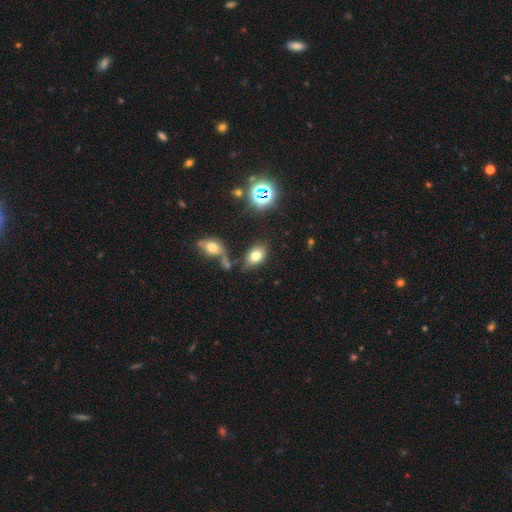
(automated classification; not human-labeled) Smooth or featured?
  - smooth: 74% *
  - star or artifact: 15%
  - featured or disk: 11%
How rounded?
  - in between: 84% *
  - round: 15%
  - cigar-shaped: 2%
Merging?
  - none: 70% *
  - minor disturbance: 14%
  - merger: 11%
  - major disturbance: 5%